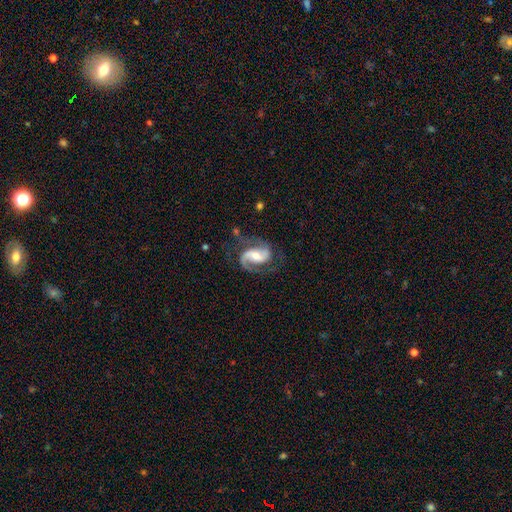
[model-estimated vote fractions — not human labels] The model was most divided on "bar": weak: 42%, strong: 30%, no: 28%. More confident: edge-on disk — no (98%); spiral arms — yes (97%); smooth or featured — featured or disk (88%); spiral arm count — 2 (83%); merging — none (65%); bulge size — moderate (56%); spiral winding — medium (53%).